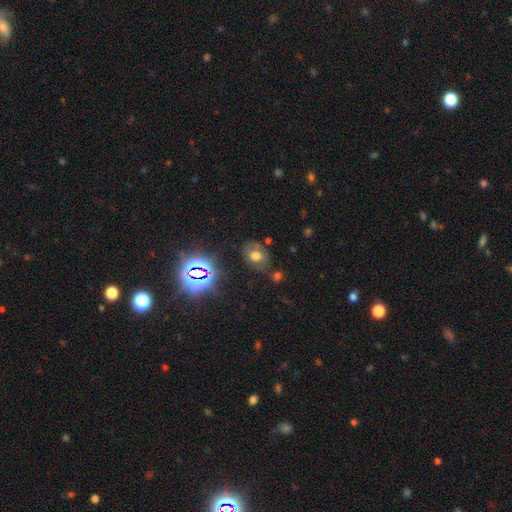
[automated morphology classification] This appears to be a smooth galaxy with no disk features (56%) that is in between round and cigar-shaped (60%). Merging: none (69%).